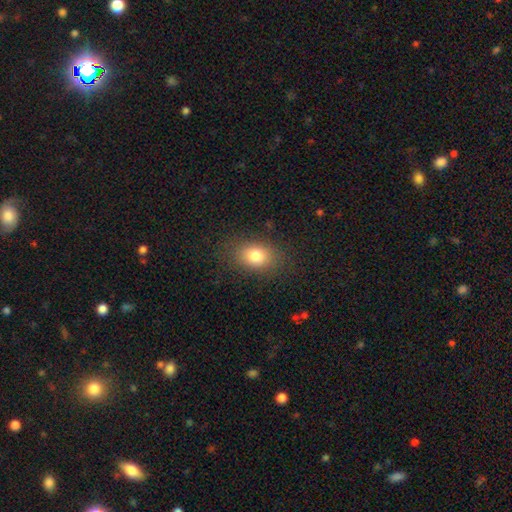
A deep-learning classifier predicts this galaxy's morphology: Smooth or featured? smooth (81%)
How rounded? in between (75%)
Merging? none (82%)